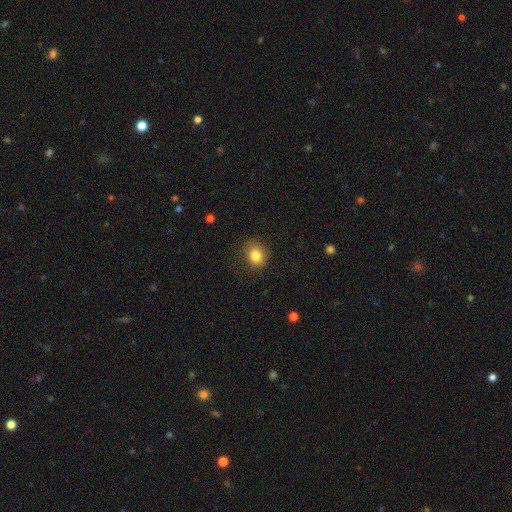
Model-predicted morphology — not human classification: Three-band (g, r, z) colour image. It shows a smooth galaxy with no disk features (83%) that is round (66%). Merging: none (76%).